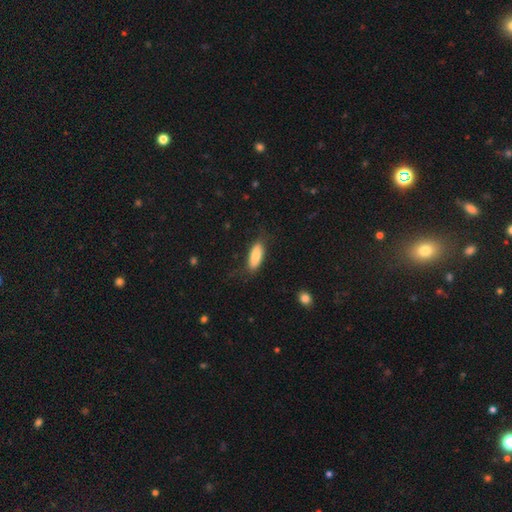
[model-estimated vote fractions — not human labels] Overall: smooth (81%). How rounded: in between (76%). Merging: none (75%).